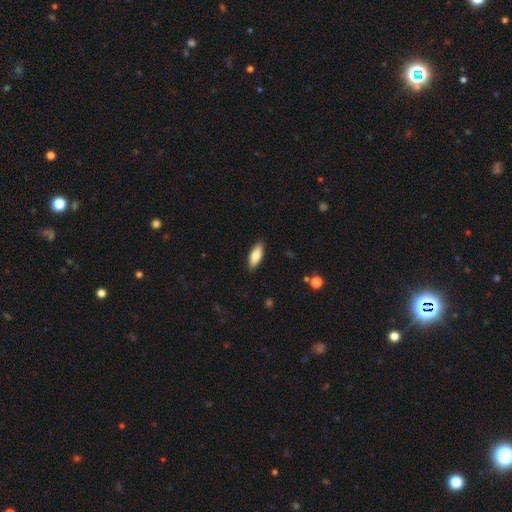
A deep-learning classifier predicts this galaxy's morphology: smooth-or-featured: smooth: 80% | featured or disk: 14% | star or artifact: 6%
  how-rounded: in between: 74% | cigar-shaped: 24% | round: 2%
  merging: none: 89% | minor disturbance: 9% | major disturbance: 2% | merger: 1%